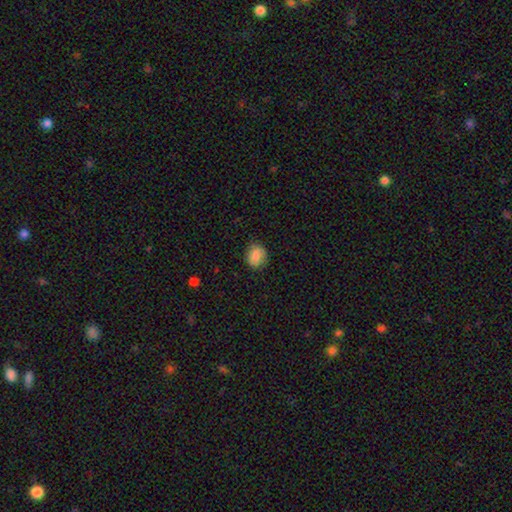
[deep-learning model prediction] smooth 87%, star or artifact 8%, featured or disk 5%. Down the decision tree: how rounded — round (60%); merging — none (81%).